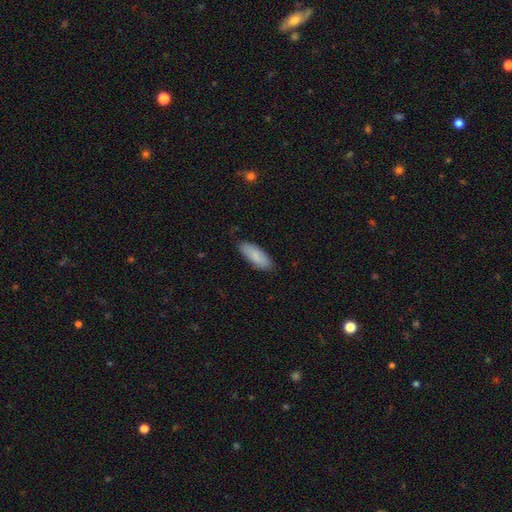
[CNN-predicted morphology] Smooth or featured? Predicted: smooth (p=0.86). How rounded? Predicted: in between (p=0.71). Merging? Predicted: none (p=0.84).